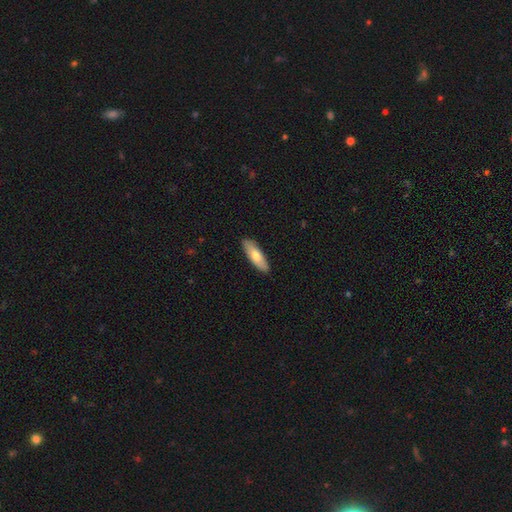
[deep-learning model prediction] Smooth or featured?
  - smooth: 70% *
  - featured or disk: 25%
  - star or artifact: 5%
How rounded?
  - in between: 54% *
  - cigar-shaped: 44%
  - round: 2%
Merging?
  - none: 89% *
  - minor disturbance: 8%
  - major disturbance: 2%
  - merger: 1%